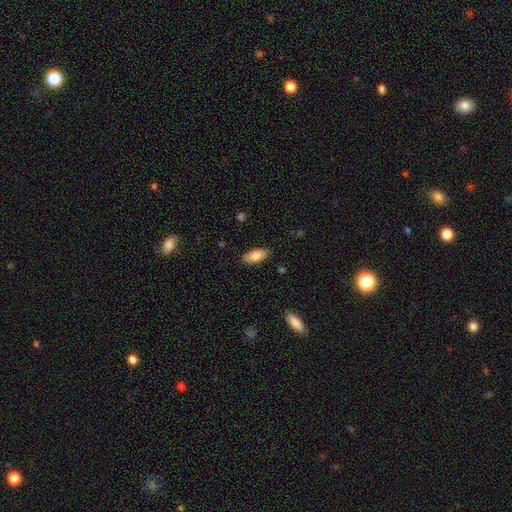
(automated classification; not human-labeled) Q: Smooth or featured?
A: smooth (86%); runner-up: featured or disk (7%)
Q: How rounded?
A: in between (90%); runner-up: cigar-shaped (8%)
Q: Merging?
A: none (84%); runner-up: minor disturbance (12%)